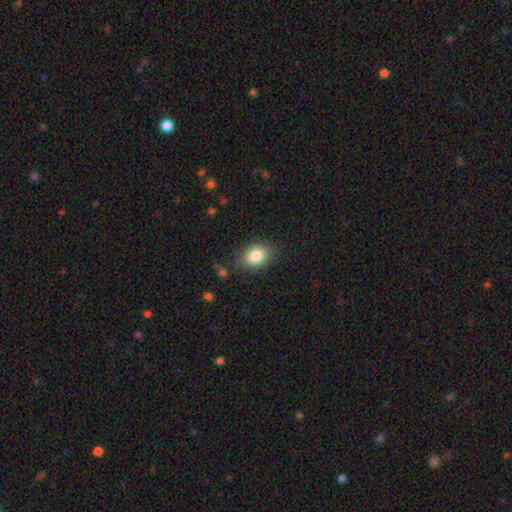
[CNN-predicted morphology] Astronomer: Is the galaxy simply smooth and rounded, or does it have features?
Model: smooth — 83%.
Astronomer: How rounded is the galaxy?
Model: in between — 79%.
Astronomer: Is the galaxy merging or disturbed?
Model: none — 82%.